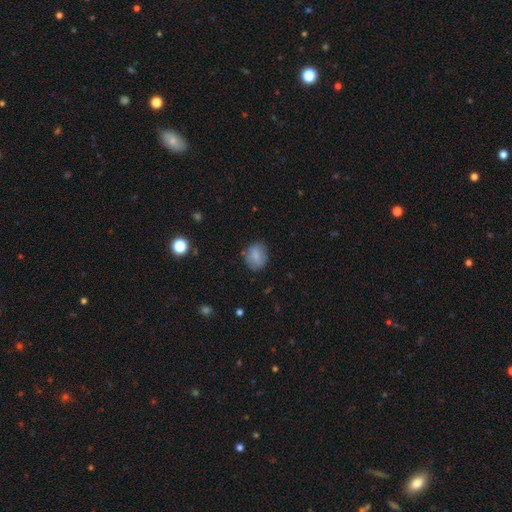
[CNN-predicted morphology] Overall: smooth (78%). How rounded: round (64%; in between 35%). Merging: none (77%).